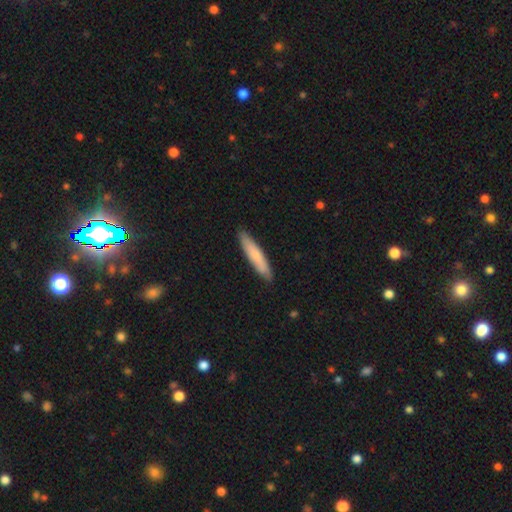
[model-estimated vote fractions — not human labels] Smooth or featured? Predicted: smooth (p=0.75). How rounded? Predicted: cigar-shaped (p=0.90). Merging? Predicted: none (p=0.89).